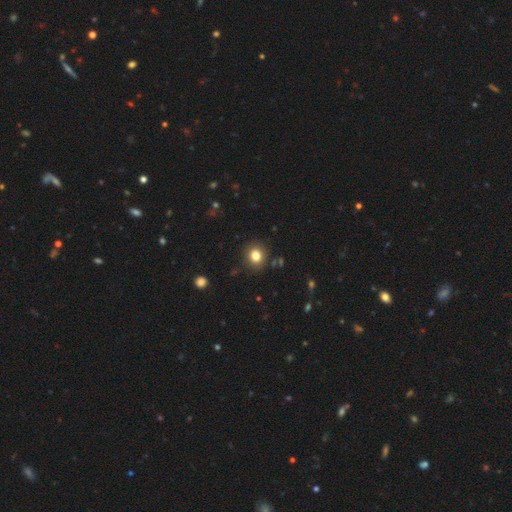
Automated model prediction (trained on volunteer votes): smooth-or-featured: smooth: 81% | star or artifact: 12% | featured or disk: 7%
  how-rounded: round: 82% | in between: 17% | cigar-shaped: 1%
  merging: none: 87% | minor disturbance: 9% | major disturbance: 3% | merger: 2%